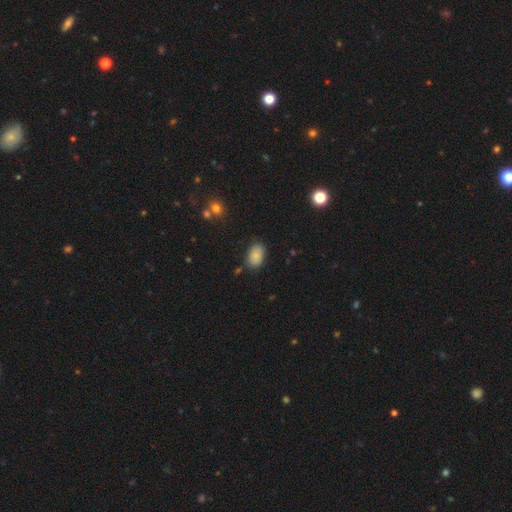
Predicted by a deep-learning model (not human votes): A smooth galaxy with no disk features (84%) that is in between round and cigar-shaped (89%). Merging: none (79%).